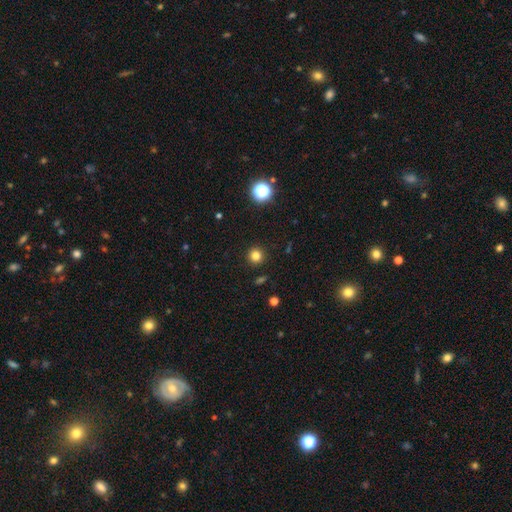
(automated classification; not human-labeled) A smooth galaxy with no disk features (81%) that is round (94%). Merging: none (92%).